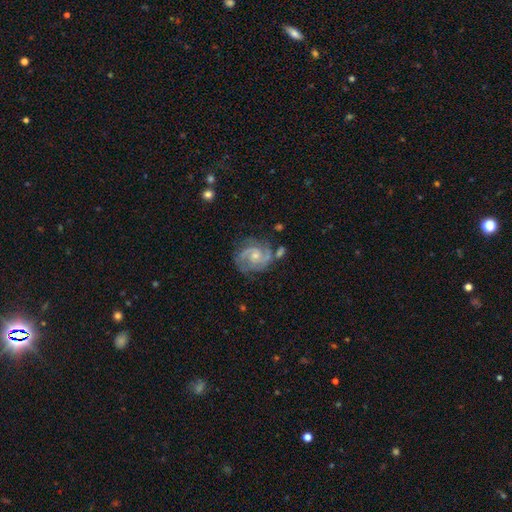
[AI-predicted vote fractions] Q: Smooth or featured?
A: featured or disk (87%); runner-up: smooth (7%)
Q: Edge-on disk?
A: no (98%); runner-up: yes (2%)
Q: Bar?
A: no (60%); runner-up: weak (34%)
Q: Spiral arms?
A: yes (97%); runner-up: no (3%)
Q: Spiral winding?
A: medium (47%); runner-up: tight (44%)
Q: Spiral arm count?
A: 2 (73%); runner-up: 3 (14%)
Q: Bulge size?
A: small (56%); runner-up: moderate (38%)
Q: Merging?
A: none (66%); runner-up: minor disturbance (20%)